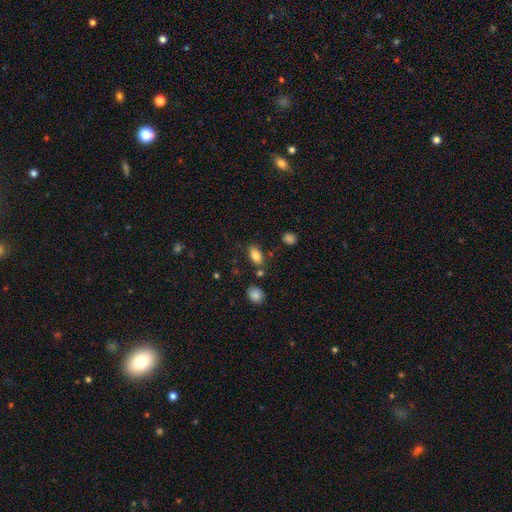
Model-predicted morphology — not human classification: smooth_or_featured: smooth (p=0.83) [alt: star or artifact p=0.09]
how_rounded: in between (p=0.89) [alt: cigar-shaped p=0.06]
merging: none (p=0.77) [alt: minor disturbance p=0.13]